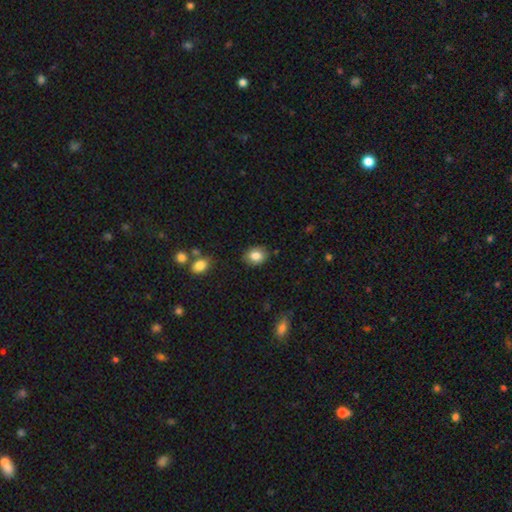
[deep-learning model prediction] Smooth or featured? Predicted: smooth (p=0.84). How rounded? Predicted: in between (p=0.62). Merging? Predicted: none (p=0.84).